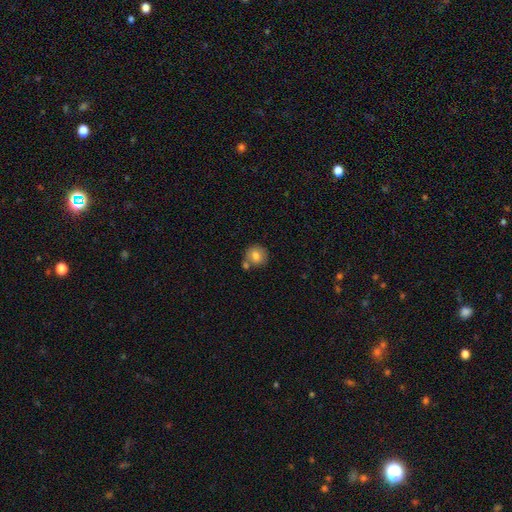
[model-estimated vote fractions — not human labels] Q: Smooth or featured?
A: smooth (79%); runner-up: featured or disk (12%)
Q: How rounded?
A: round (90%); runner-up: in between (9%)
Q: Merging?
A: none (66%); runner-up: merger (20%)